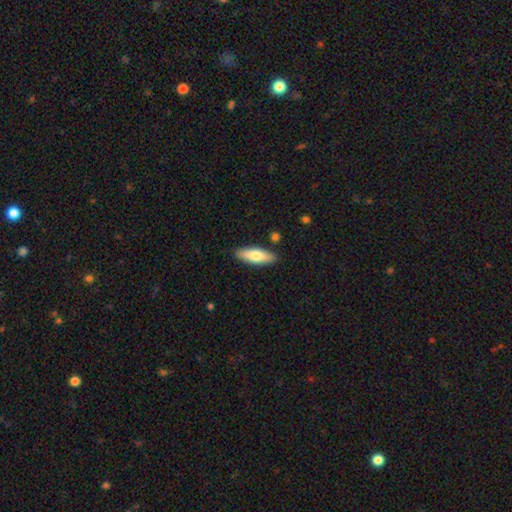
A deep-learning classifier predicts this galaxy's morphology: Smooth or featured? Predicted: smooth (p=0.71). How rounded? Predicted: in between (p=0.58). Merging? Predicted: none (p=0.86).